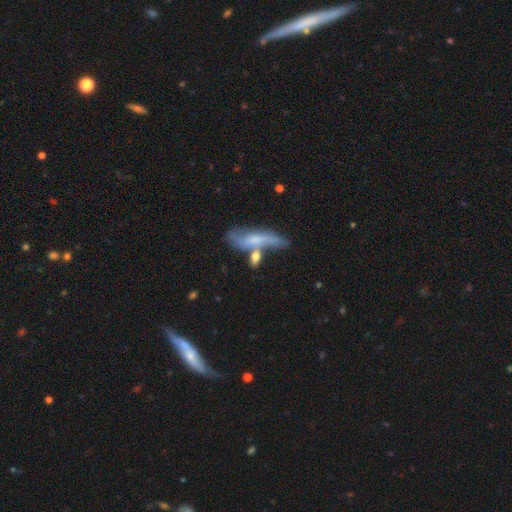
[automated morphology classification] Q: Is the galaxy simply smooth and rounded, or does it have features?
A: smooth — 58%.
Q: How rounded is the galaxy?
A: in between — 46%.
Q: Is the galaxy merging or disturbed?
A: merger — 36%.